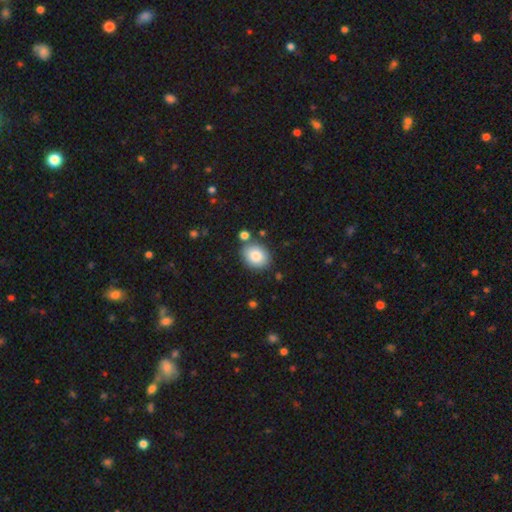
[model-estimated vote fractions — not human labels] smooth_or_featured: smooth (p=0.82) [alt: featured or disk p=0.10]
how_rounded: in between (p=0.50) [alt: round p=0.49]
merging: none (p=0.79) [alt: minor disturbance p=0.11]